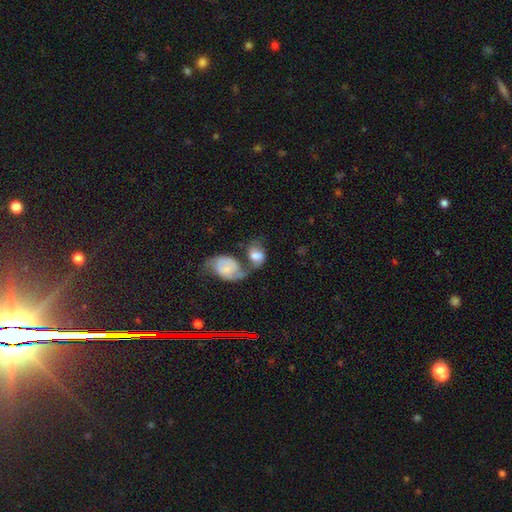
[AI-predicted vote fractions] smooth_or_featured: smooth (p=0.56) [alt: featured or disk p=0.35]
how_rounded: in between (p=0.66) [alt: round p=0.33]
merging: merger (p=0.58) [alt: none p=0.19]